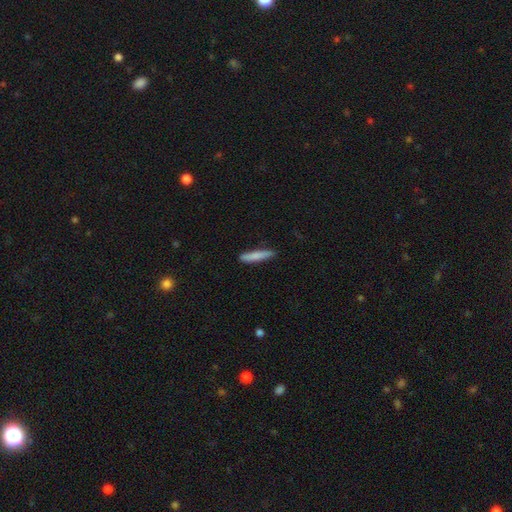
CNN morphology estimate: Smooth or featured: smooth — 81% (featured or disk — 14%)
How rounded: cigar-shaped — 90% (in between — 8%)
Merging: none — 87% (minor disturbance — 10%)